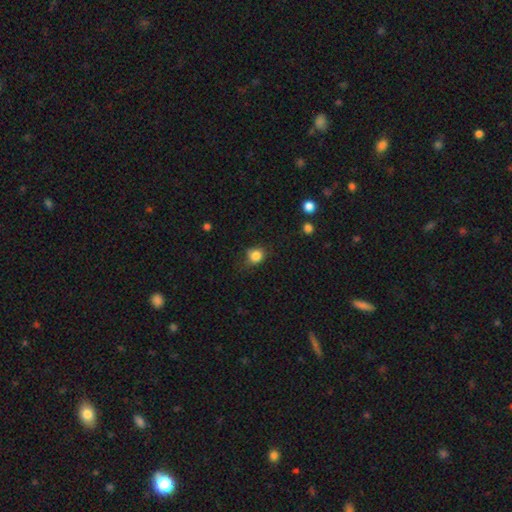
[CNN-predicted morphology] Overall: smooth (83%). How rounded: round (73%). Merging: none (64%; minor disturbance 26%).